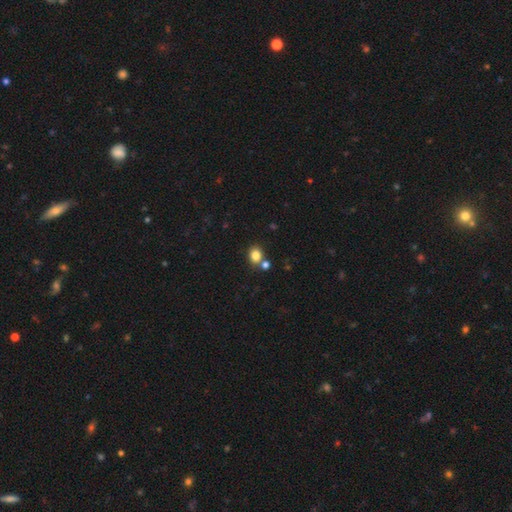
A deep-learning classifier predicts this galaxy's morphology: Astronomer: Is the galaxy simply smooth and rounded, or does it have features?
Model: smooth — 82%.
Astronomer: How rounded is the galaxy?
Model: round — 60% (runner-up: in between, 39%).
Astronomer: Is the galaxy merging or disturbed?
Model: none — 67%.